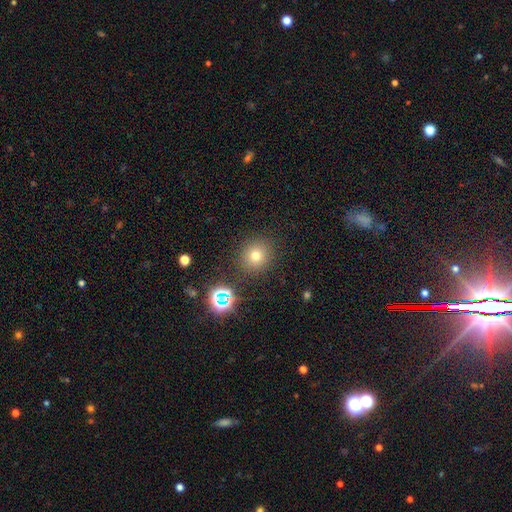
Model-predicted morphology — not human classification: Smooth or featured?
  - smooth: 69% *
  - star or artifact: 21%
  - featured or disk: 9%
How rounded?
  - round: 89% *
  - in between: 10%
  - cigar-shaped: 1%
Merging?
  - none: 87% *
  - minor disturbance: 7%
  - major disturbance: 3%
  - merger: 2%